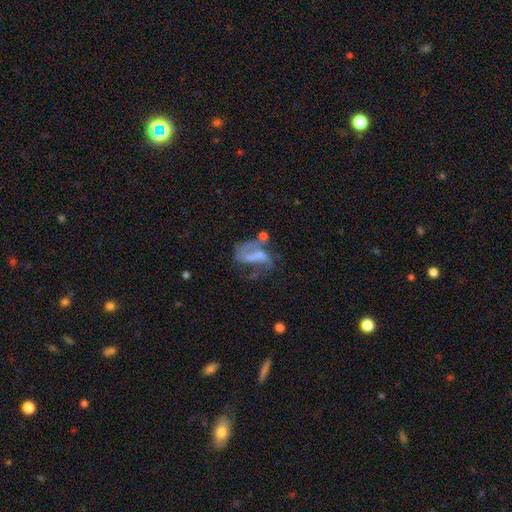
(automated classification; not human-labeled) This is likely a featured or disk galaxy (64%). It is clearly not viewed edge-on (96%). Bar: marginally no (39%). Spiral arm pattern: possibly yes (60%). Central bulge: possibly none (57%). Merging: marginally major disturbance (38%).